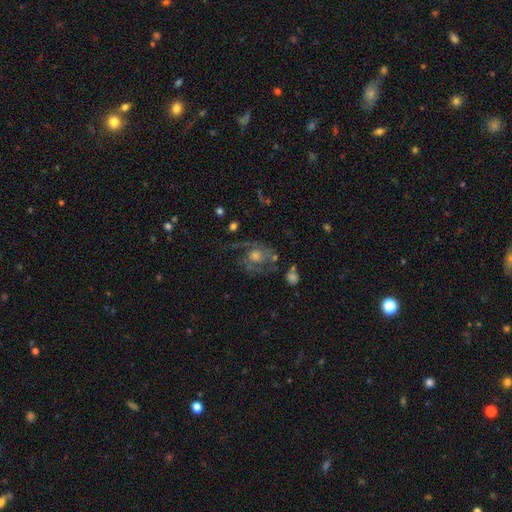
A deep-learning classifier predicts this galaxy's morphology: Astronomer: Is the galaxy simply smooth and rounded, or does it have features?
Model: featured or disk — 74%.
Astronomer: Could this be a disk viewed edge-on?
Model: no — 97%.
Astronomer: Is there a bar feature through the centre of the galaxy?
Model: no — 77%.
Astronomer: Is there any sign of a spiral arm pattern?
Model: yes — 83%.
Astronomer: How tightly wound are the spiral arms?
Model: medium — 45% (runner-up: tight, 34%).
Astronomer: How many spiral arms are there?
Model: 2 — 53%.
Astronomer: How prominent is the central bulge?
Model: moderate — 58%.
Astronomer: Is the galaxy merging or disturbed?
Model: none — 55%.